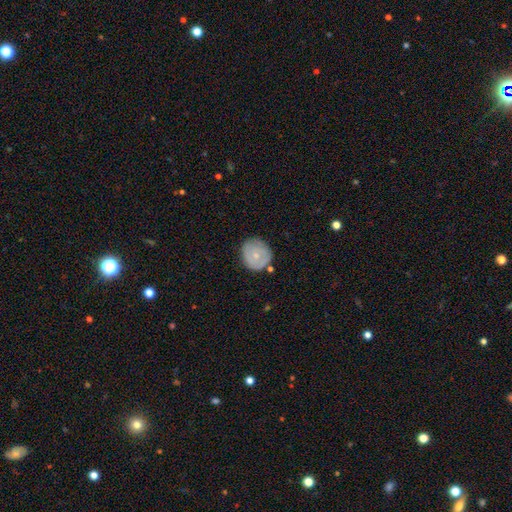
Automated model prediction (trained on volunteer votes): A smooth galaxy with no disk features (58%) that is round (84%).

Vote fractions:
- Smooth or featured? smooth: 58% / featured or disk: 35% / star or artifact: 7%
- How rounded? round: 84% / in between: 15% / cigar-shaped: 1%
- Merging? none: 76% / minor disturbance: 17% / major disturbance: 4% / merger: 3%